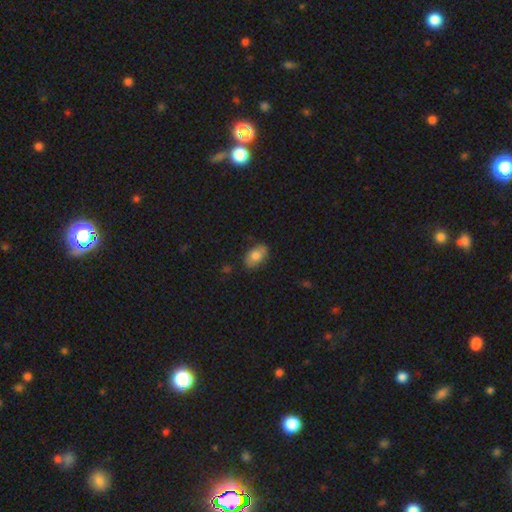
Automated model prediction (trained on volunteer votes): This appears to be a smooth galaxy with no disk features (77%) that is in between round and cigar-shaped (90%). Merging: none (81%).